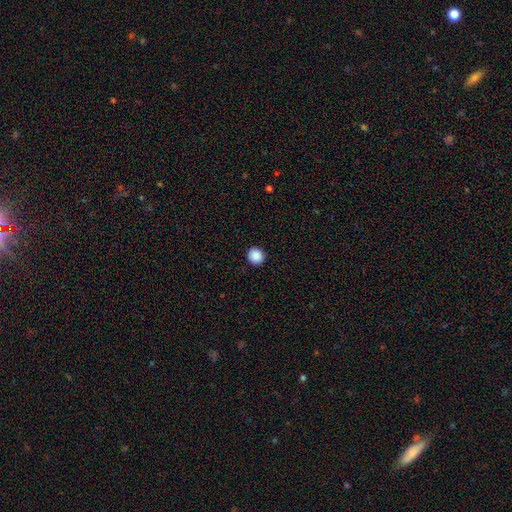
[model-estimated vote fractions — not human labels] Smooth or featured?
  - smooth: 89% *
  - star or artifact: 9%
  - featured or disk: 2%
How rounded?
  - round: 88% *
  - in between: 11%
  - cigar-shaped: 1%
Merging?
  - none: 92% *
  - minor disturbance: 5%
  - major disturbance: 2%
  - merger: 1%